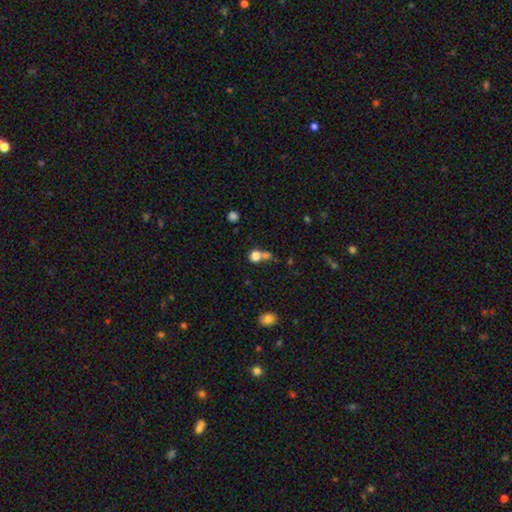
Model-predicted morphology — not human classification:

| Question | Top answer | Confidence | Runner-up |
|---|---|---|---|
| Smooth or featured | smooth | 78% | star or artifact (13%) |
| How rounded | round | 84% | in between (15%) |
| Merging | merger | 44% | none (43%) |